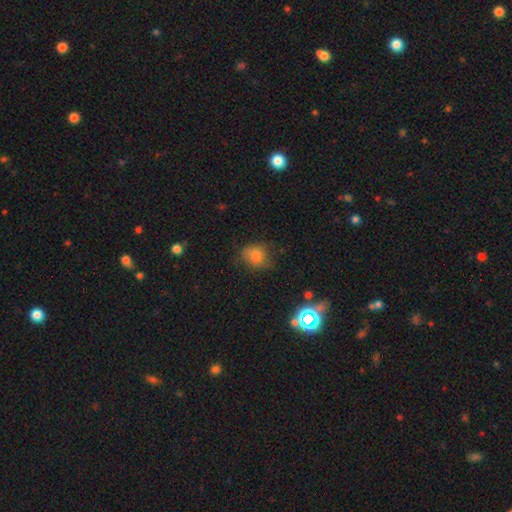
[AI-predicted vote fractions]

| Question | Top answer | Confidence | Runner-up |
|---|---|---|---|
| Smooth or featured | smooth | 77% | star or artifact (14%) |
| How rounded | round | 59% | in between (40%) |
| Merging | none | 62% | minor disturbance (26%) |